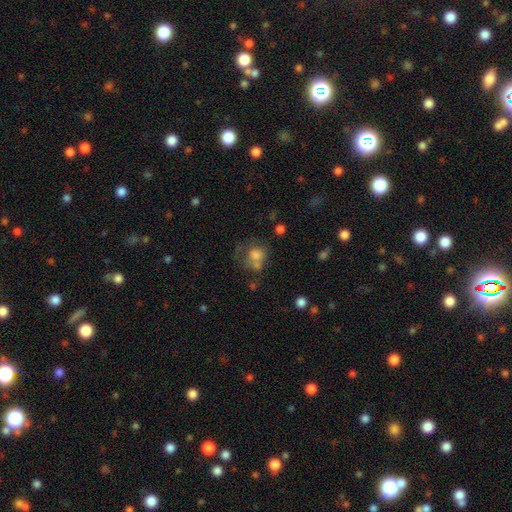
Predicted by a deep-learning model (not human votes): Smooth or featured? smooth (67%)
How rounded? round (69%)
Merging? none (36%)